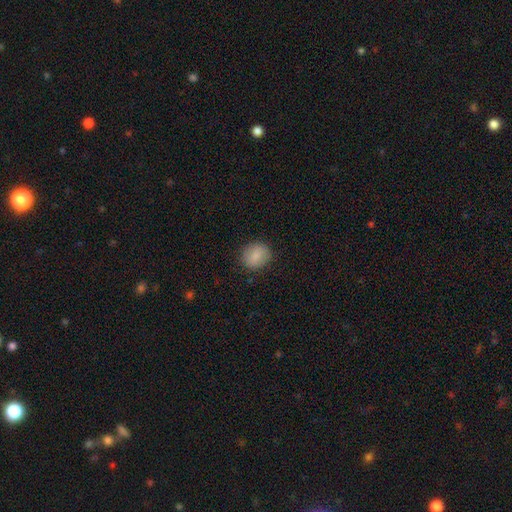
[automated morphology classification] A smooth galaxy with no disk features (86%) that is round (73%).

Vote fractions:
- Smooth or featured? smooth: 86% / star or artifact: 8% / featured or disk: 6%
- How rounded? round: 73% / in between: 26% / cigar-shaped: 1%
- Merging? none: 87% / minor disturbance: 9% / major disturbance: 3% / merger: 1%